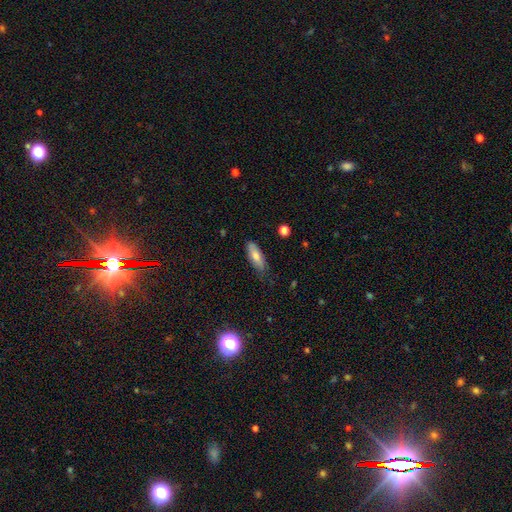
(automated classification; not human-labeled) A smooth galaxy with no disk features (77%) that is in between round and cigar-shaped (61%). Merging: none (74%).